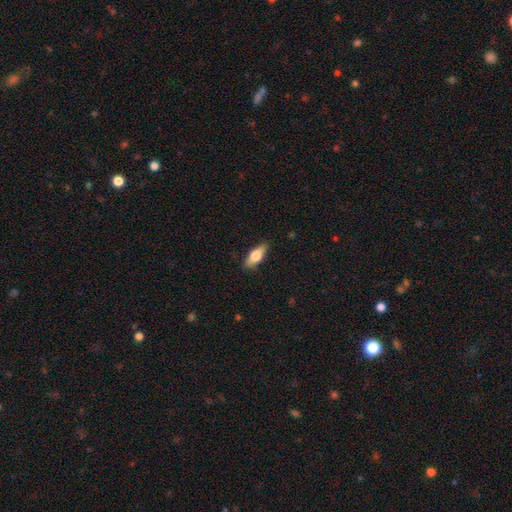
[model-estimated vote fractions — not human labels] Smooth or featured: smooth — 65% (featured or disk — 29%)
How rounded: in between — 72% (cigar-shaped — 24%)
Merging: none — 86% (minor disturbance — 11%)